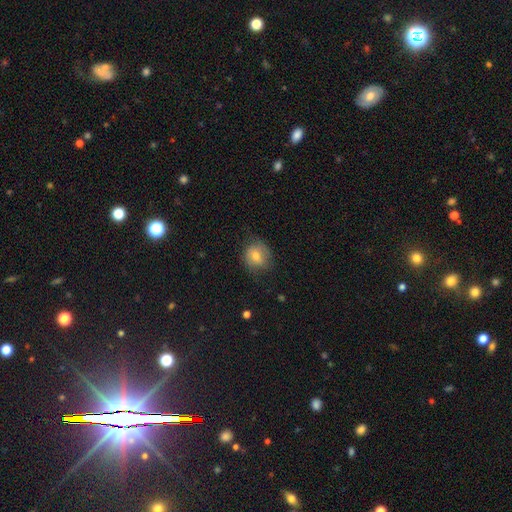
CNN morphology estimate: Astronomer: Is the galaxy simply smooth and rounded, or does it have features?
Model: smooth — 69%.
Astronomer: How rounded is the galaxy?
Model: round — 76%.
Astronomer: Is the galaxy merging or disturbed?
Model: none — 71%.